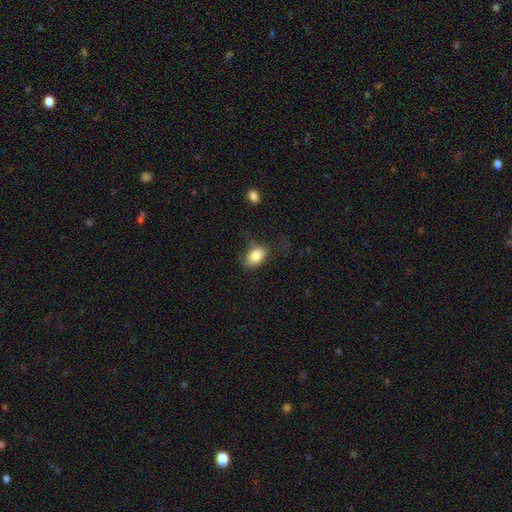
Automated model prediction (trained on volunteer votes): A smooth galaxy with no disk features (83%) that is in between round and cigar-shaped (84%). Merging: none (61%).